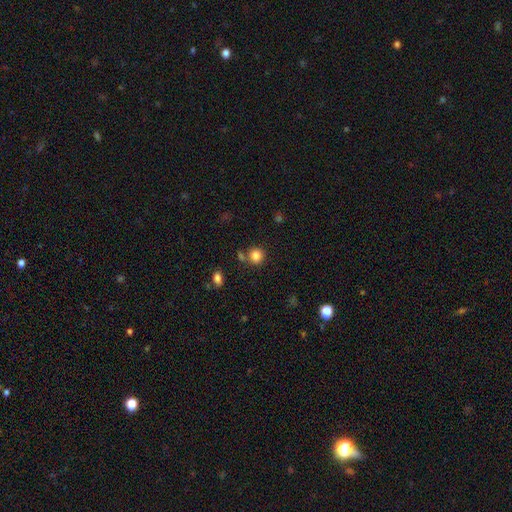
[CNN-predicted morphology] This appears to be a smooth galaxy with no disk features (83%) that is round (90%). Merging: none (76%).